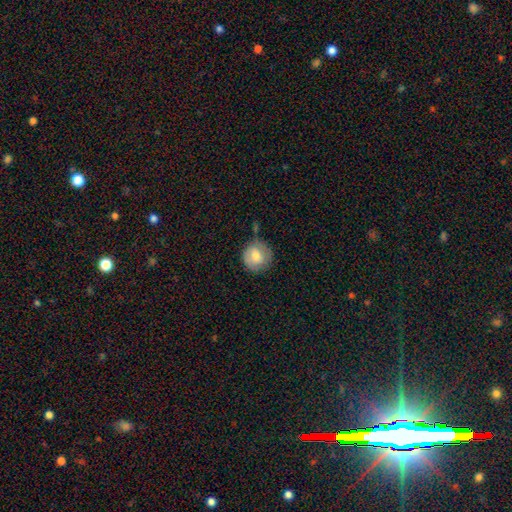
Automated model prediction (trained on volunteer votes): A smooth galaxy with no disk features (66%) that is round (90%). Merging: none (68%).